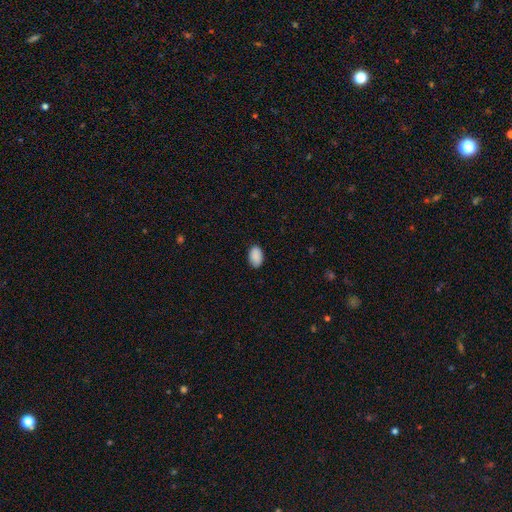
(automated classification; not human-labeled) Smooth or featured: smooth — 90% (star or artifact — 7%)
How rounded: in between — 90% (round — 9%)
Merging: none — 85% (minor disturbance — 11%)